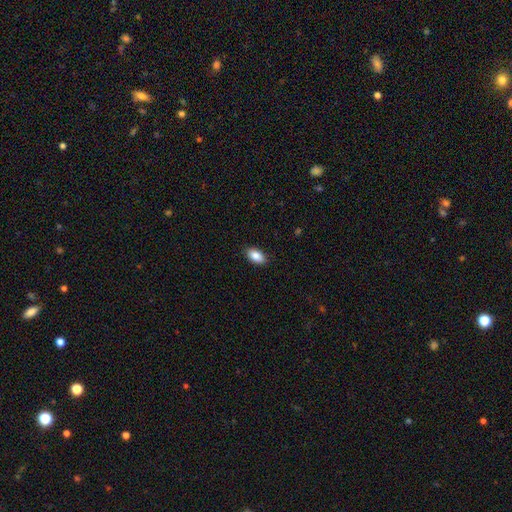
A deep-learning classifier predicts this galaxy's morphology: smooth 88%, star or artifact 7%, featured or disk 5%. Down the decision tree: how rounded — in between (93%); merging — none (89%).